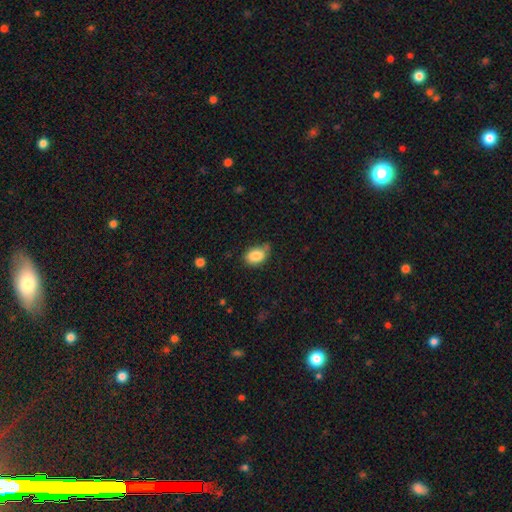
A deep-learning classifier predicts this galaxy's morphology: A smooth galaxy with no disk features (86%) that is in between round and cigar-shaped (81%). Merging: none (64%).